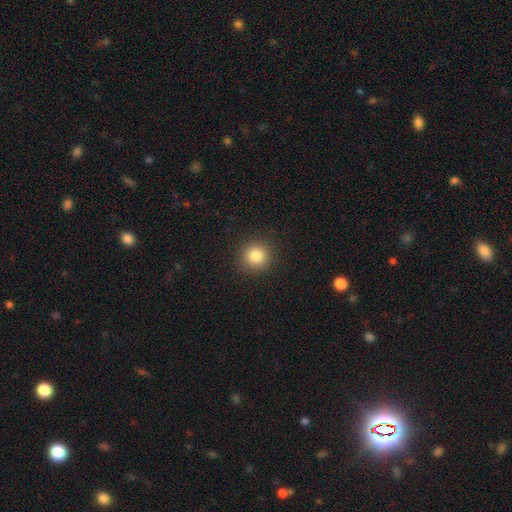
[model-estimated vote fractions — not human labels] Smooth or featured? smooth (83%)
How rounded? round (94%)
Merging? none (91%)